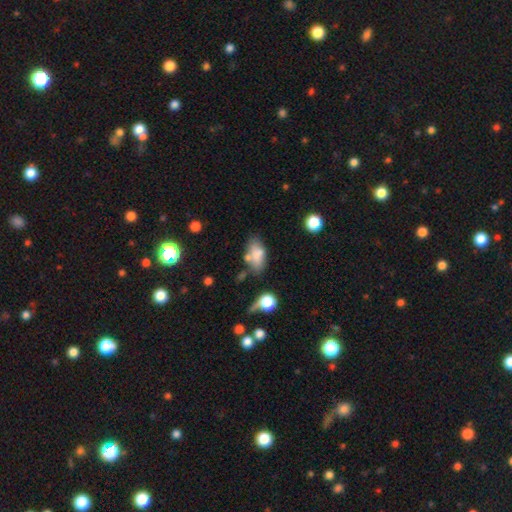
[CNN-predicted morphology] Overall: smooth (71%). How rounded: in between (90%). Merging: none (50%; minor disturbance 22%).